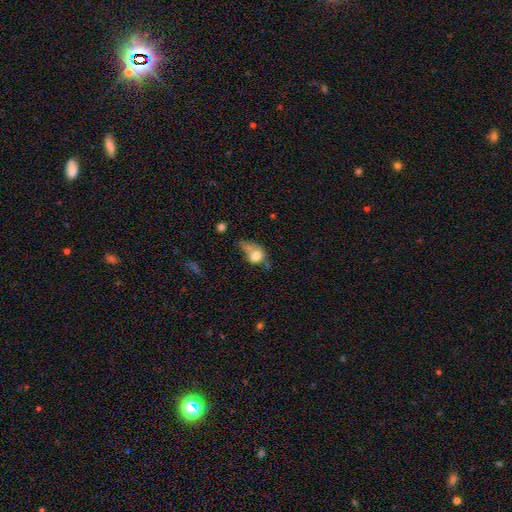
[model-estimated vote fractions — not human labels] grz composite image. It shows a smooth galaxy with no disk features (69%) that is in between round and cigar-shaped (54%). Merging: major disturbance (30%).